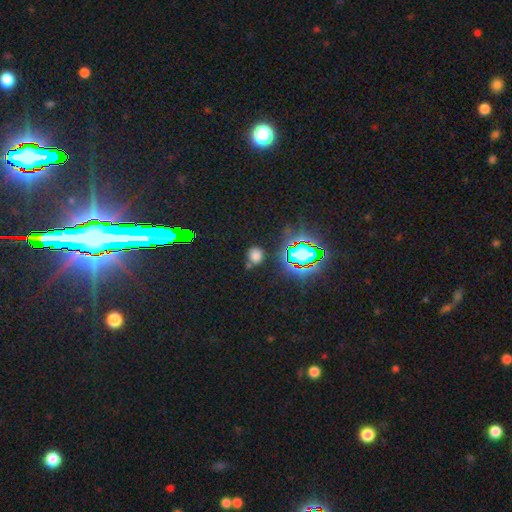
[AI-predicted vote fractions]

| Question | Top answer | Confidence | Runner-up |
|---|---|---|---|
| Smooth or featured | smooth | 61% | star or artifact (32%) |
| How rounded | round | 76% | in between (23%) |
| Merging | none | 74% | minor disturbance (13%) |